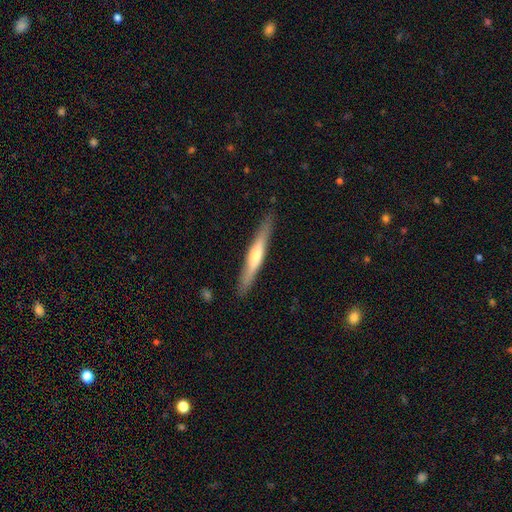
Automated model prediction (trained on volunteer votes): The model was most divided on "smooth or featured": featured or disk: 58%, smooth: 36%, star or artifact: 6%. More confident: edge-on disk — yes (96%); merging — none (90%); edge-on bulge — rounded (75%).